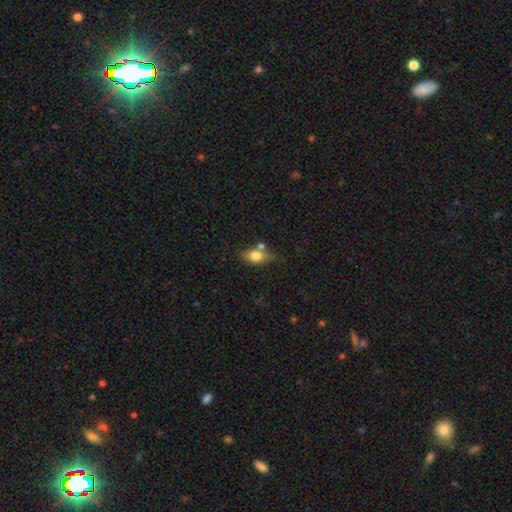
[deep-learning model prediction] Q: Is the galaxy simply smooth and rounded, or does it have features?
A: smooth — 72%.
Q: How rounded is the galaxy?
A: in between — 77%.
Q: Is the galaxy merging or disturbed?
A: none — 54%.